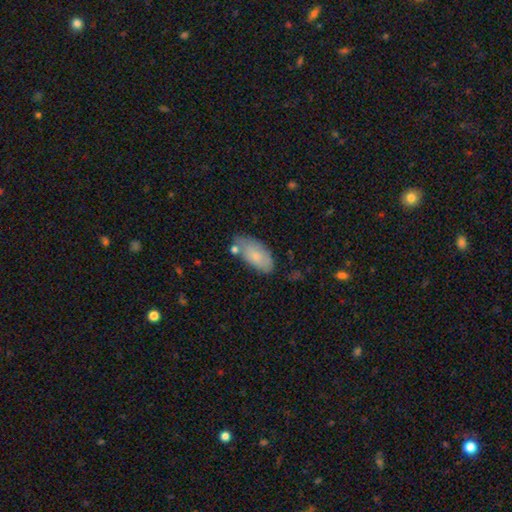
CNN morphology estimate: Q: Smooth or featured?
A: smooth (76%); runner-up: featured or disk (17%)
Q: How rounded?
A: in between (92%); runner-up: cigar-shaped (5%)
Q: Merging?
A: none (61%); runner-up: minor disturbance (25%)